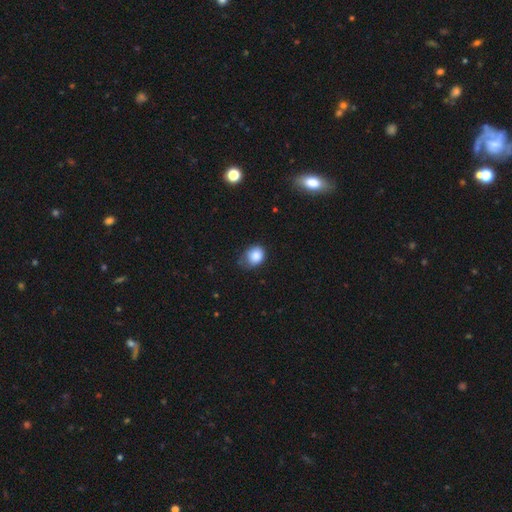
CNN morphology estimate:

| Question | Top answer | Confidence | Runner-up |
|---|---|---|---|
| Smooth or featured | smooth | 85% | star or artifact (9%) |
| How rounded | round | 59% | in between (40%) |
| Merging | none | 49% | minor disturbance (40%) |